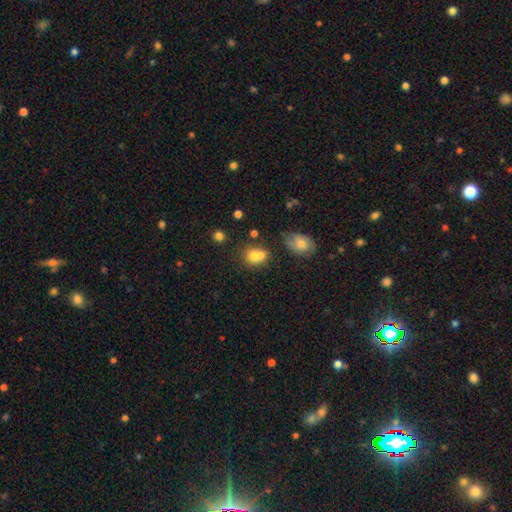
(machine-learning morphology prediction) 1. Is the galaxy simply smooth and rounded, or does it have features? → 75% smooth, 14% featured or disk, 11% star or artifact.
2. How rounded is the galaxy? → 54% round, 45% in between, 1% cigar-shaped.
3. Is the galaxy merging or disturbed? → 50% merger, 32% none, 12% minor disturbance, 6% major disturbance.